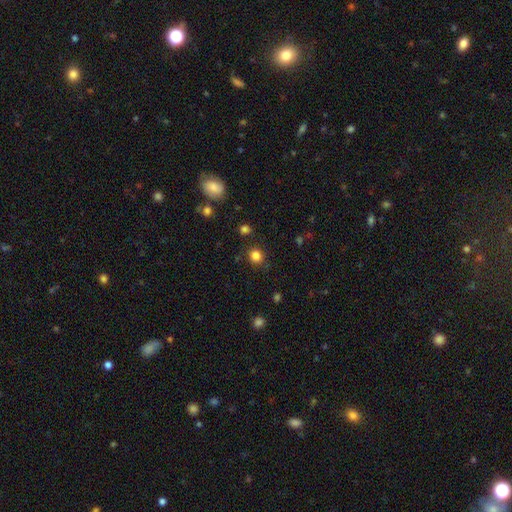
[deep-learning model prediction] A smooth galaxy with no disk features (83%) that is round (86%). Merging: none (86%).